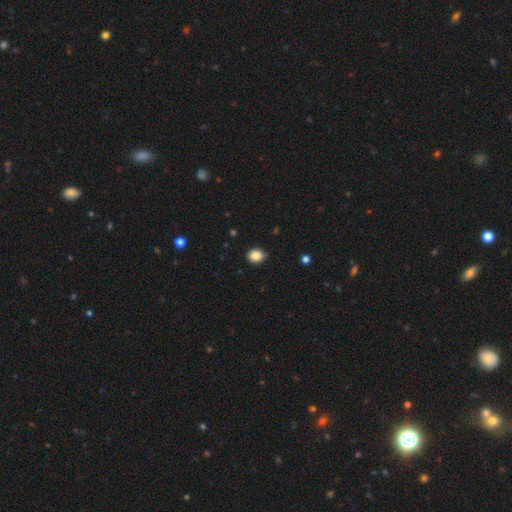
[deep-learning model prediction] The model was most divided on "how rounded": round: 61%, in between: 38%, cigar-shaped: 1%. More confident: smooth or featured — smooth (86%); merging — none (85%).